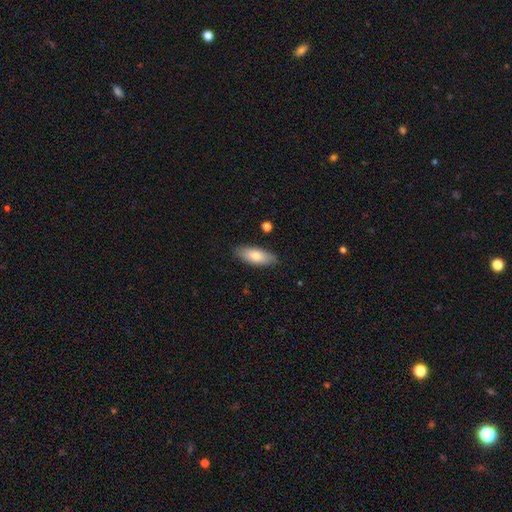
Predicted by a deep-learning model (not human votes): The model was most divided on "smooth or featured": smooth: 77%, featured or disk: 17%, star or artifact: 6%. More confident: merging — none (86%); how rounded — in between (81%).